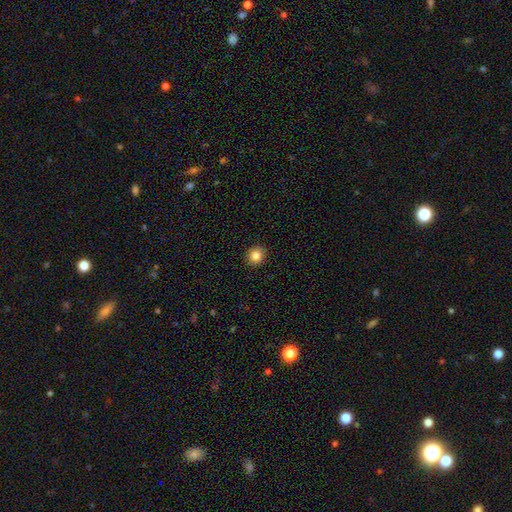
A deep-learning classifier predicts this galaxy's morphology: The model was most divided on "how rounded": round: 83%, in between: 16%, cigar-shaped: 1%. More confident: merging — none (92%); smooth or featured — smooth (83%).